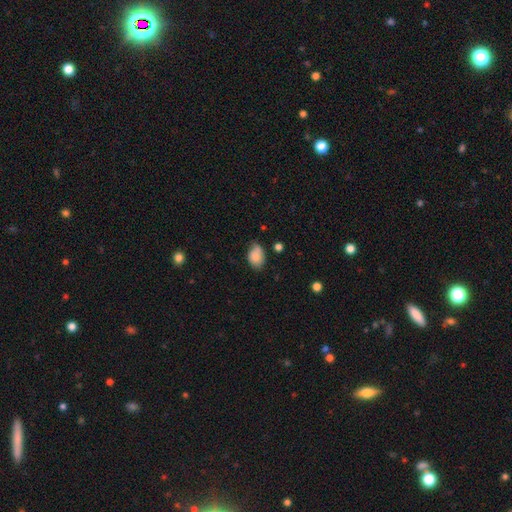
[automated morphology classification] A smooth galaxy with no disk features (82%) that is in between round and cigar-shaped (81%).

Vote fractions:
- Smooth or featured? smooth: 82% / featured or disk: 10% / star or artifact: 9%
- How rounded? in between: 81% / round: 17% / cigar-shaped: 1%
- Merging? none: 54% / minor disturbance: 34% / major disturbance: 7% / merger: 5%